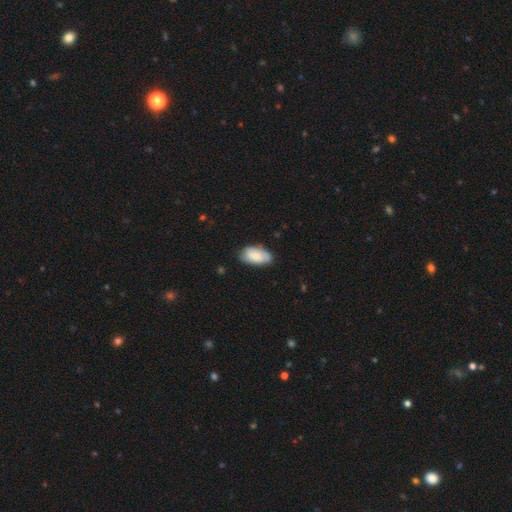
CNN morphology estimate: Smooth or featured? smooth (78%)
How rounded? in between (94%)
Merging? none (67%)